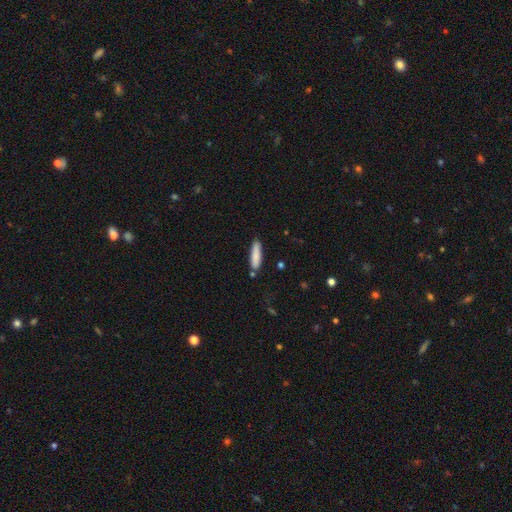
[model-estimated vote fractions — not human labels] This appears to be a smooth galaxy with no disk features (84%) that is cigar-shaped (75%). Merging: none (80%).